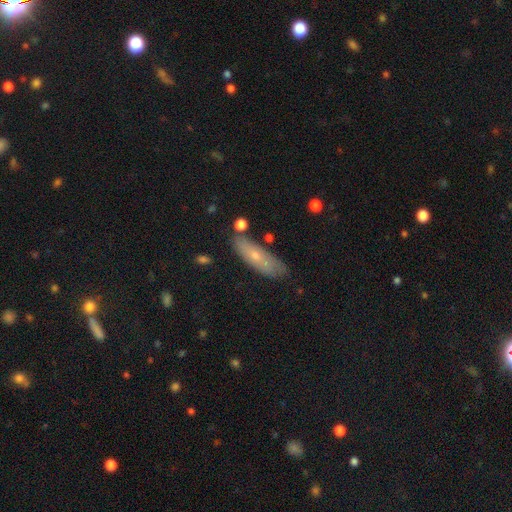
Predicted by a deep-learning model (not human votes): smooth-or-featured: smooth: 58% | featured or disk: 35% | star or artifact: 7%
  how-rounded: cigar-shaped: 53% | in between: 44% | round: 3%
  merging: none: 71% | minor disturbance: 19% | merger: 5% | major disturbance: 4%